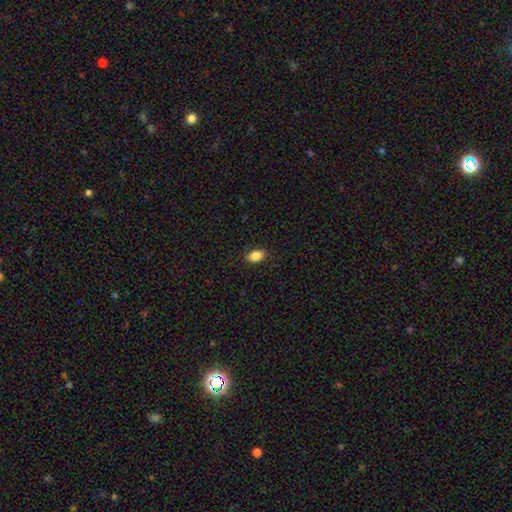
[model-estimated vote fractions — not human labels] The model was most divided on "smooth or featured": smooth: 88%, star or artifact: 8%, featured or disk: 4%. More confident: how rounded — in between (89%); merging — none (89%).